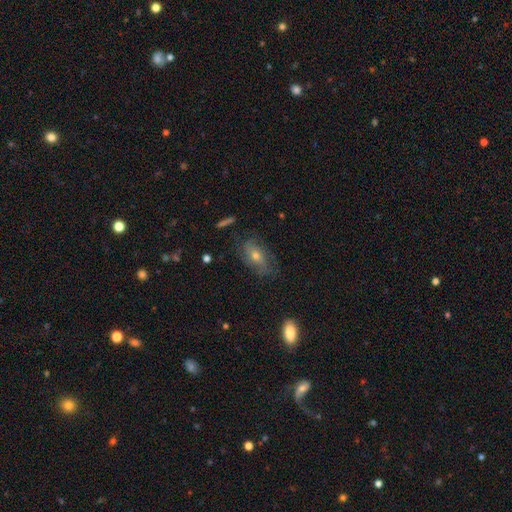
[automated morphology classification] This appears to be a featured or disk galaxy (52%). Merging: none (69%).